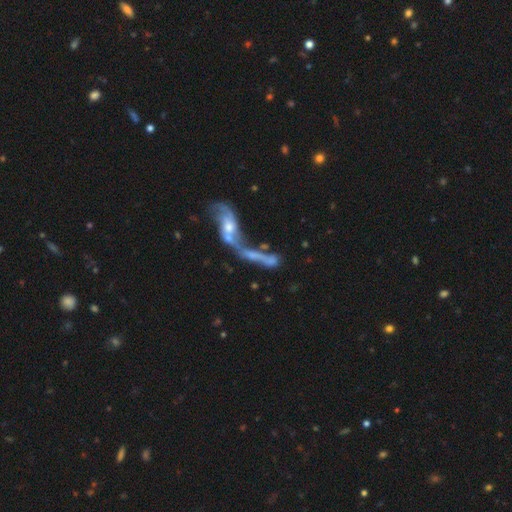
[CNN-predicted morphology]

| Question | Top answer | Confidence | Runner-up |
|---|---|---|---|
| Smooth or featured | featured or disk | 53% | smooth (37%) |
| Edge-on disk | no | 76% | yes (24%) |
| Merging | merger | 71% | none (11%) |